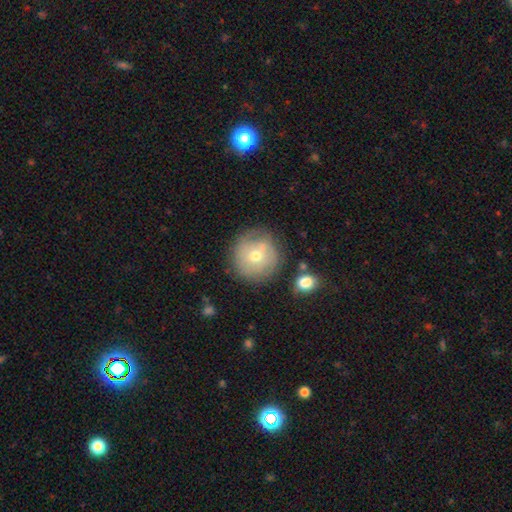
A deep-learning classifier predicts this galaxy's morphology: A smooth galaxy with no disk features (52%) that is round (94%).

Vote fractions:
- Smooth or featured? smooth: 52% / featured or disk: 38% / star or artifact: 9%
- How rounded? round: 94% / in between: 5% / cigar-shaped: 1%
- Merging? none: 72% / minor disturbance: 17% / major disturbance: 6% / merger: 5%